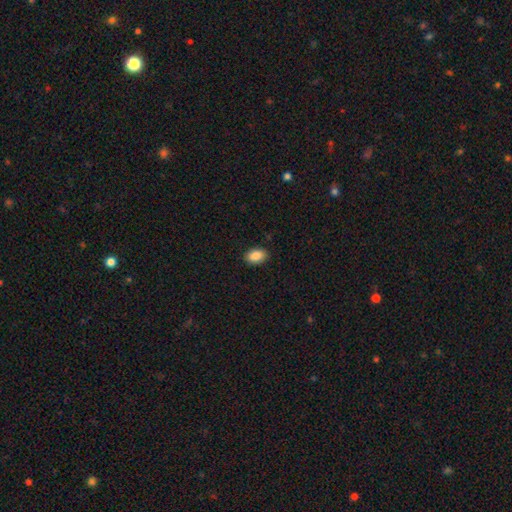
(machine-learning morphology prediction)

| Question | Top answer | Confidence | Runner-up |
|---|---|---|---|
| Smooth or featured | smooth | 88% | star or artifact (7%) |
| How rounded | in between | 87% | round (12%) |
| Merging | none | 89% | minor disturbance (8%) |